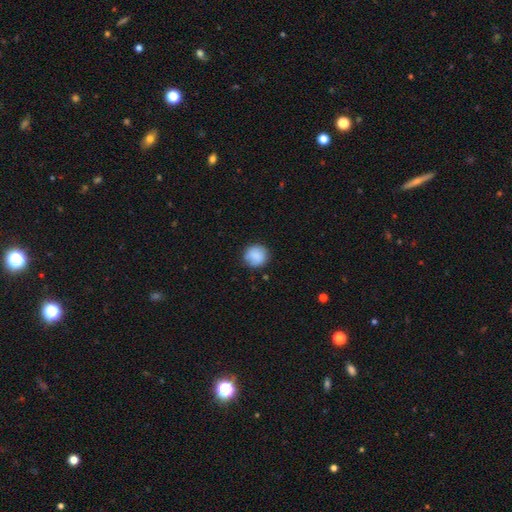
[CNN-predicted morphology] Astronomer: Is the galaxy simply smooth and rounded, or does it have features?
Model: smooth — 84%.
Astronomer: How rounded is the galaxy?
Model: round — 89%.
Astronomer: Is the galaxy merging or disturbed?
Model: none — 82%.